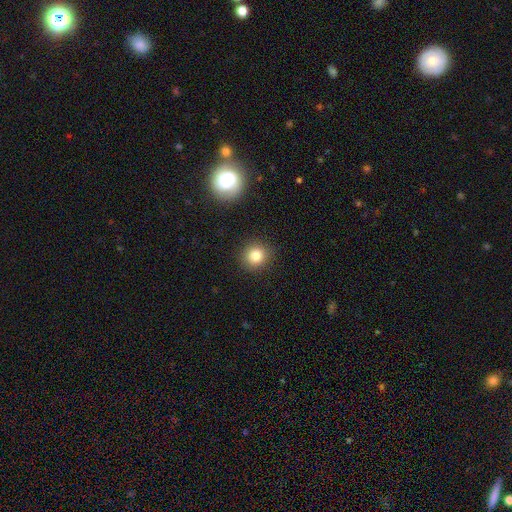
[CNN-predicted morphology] Smooth or featured? smooth (81%)
How rounded? round (89%)
Merging? none (89%)